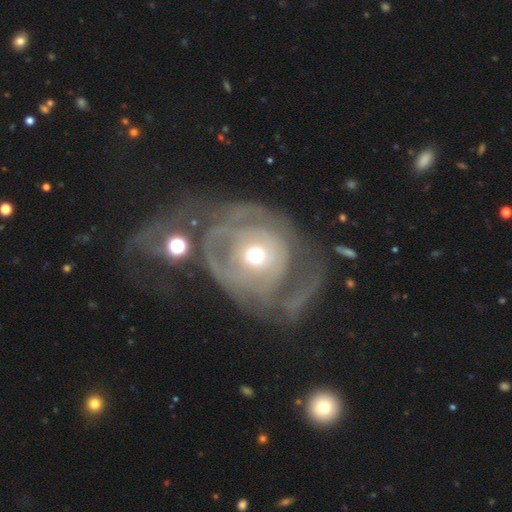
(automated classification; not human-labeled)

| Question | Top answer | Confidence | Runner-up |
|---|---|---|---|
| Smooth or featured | featured or disk | 70% | smooth (23%) |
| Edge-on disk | no | 96% | yes (4%) |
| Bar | no | 78% | weak (16%) |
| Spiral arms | yes | 55% | no (45%) |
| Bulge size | moderate | 50% | small (41%) |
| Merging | major disturbance | 53% | none (24%) |